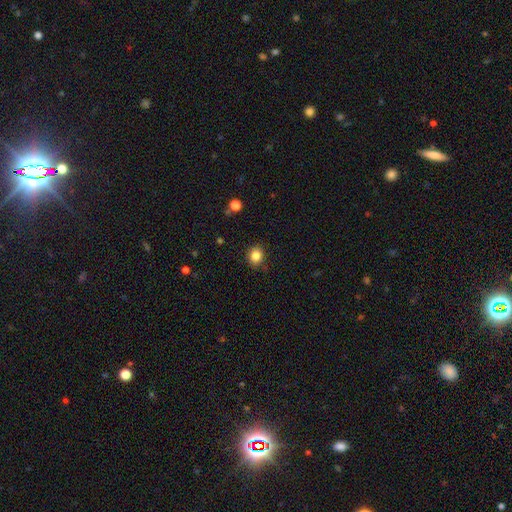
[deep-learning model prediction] Morphology: type=smooth (84%); roundness=round (70%); merging=none (86%).